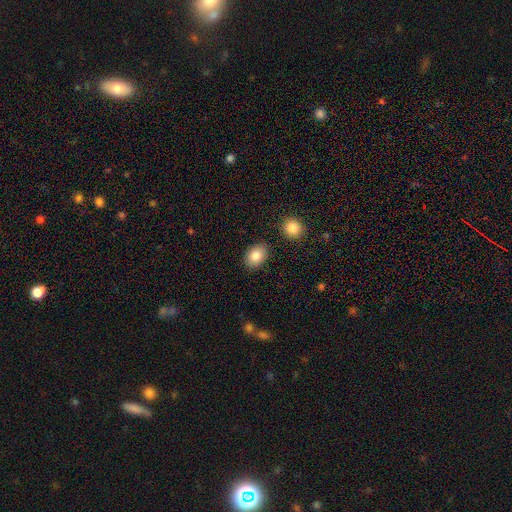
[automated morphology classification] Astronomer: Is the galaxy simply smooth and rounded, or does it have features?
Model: smooth — 83%.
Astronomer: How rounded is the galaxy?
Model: in between — 76%.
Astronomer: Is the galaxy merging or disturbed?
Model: none — 86%.